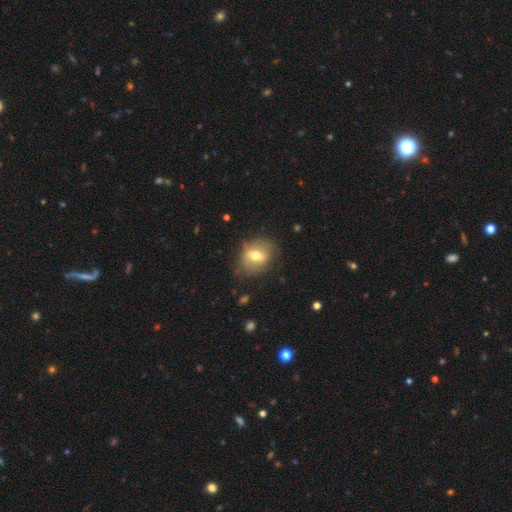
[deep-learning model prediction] Smooth or featured?
  - smooth: 55% *
  - featured or disk: 36%
  - star or artifact: 9%
How rounded?
  - in between: 51% *
  - round: 47%
  - cigar-shaped: 2%
Merging?
  - none: 70% *
  - minor disturbance: 21%
  - major disturbance: 8%
  - merger: 2%